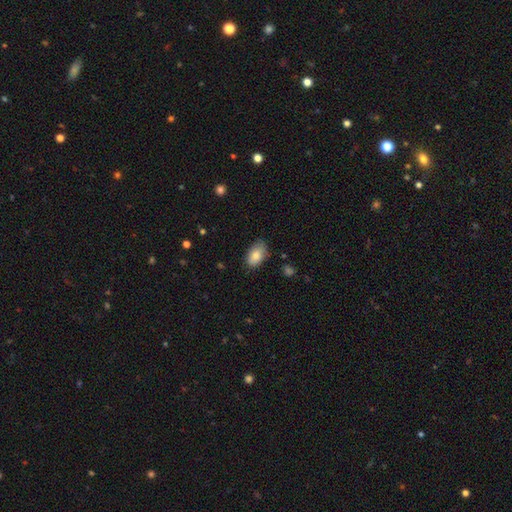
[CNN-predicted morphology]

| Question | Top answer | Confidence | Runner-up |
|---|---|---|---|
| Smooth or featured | smooth | 83% | featured or disk (11%) |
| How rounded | in between | 92% | round (6%) |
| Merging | none | 75% | minor disturbance (21%) |